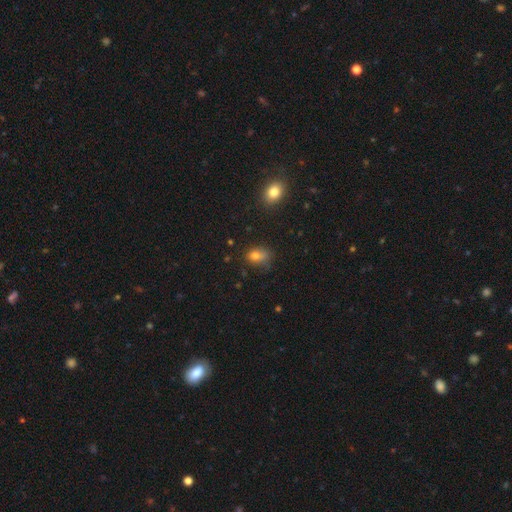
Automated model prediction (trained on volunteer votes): This appears to be a smooth galaxy with no disk features (76%) that is in between round and cigar-shaped (71%). Merging: none (45%).